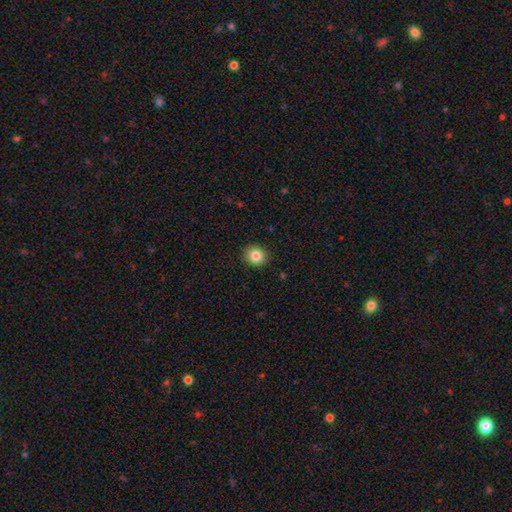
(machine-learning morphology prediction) smooth-or-featured: smooth: 84% | star or artifact: 10% | featured or disk: 6%
  how-rounded: round: 81% | in between: 19% | cigar-shaped: 1%
  merging: none: 91% | minor disturbance: 6% | major disturbance: 2% | merger: 1%